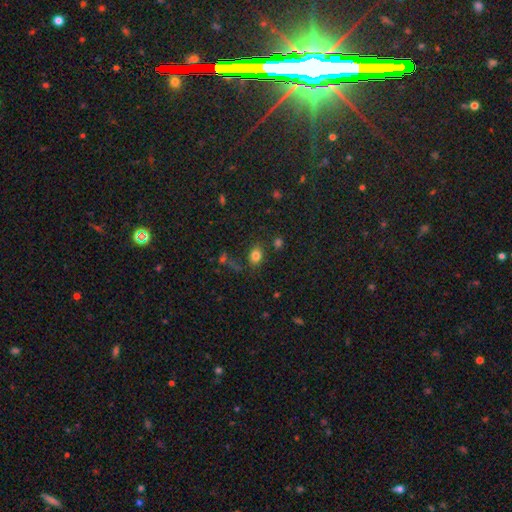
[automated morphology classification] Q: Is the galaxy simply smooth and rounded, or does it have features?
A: smooth — 79%.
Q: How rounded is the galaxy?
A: in between — 64%.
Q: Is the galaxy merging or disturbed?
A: none — 75%.